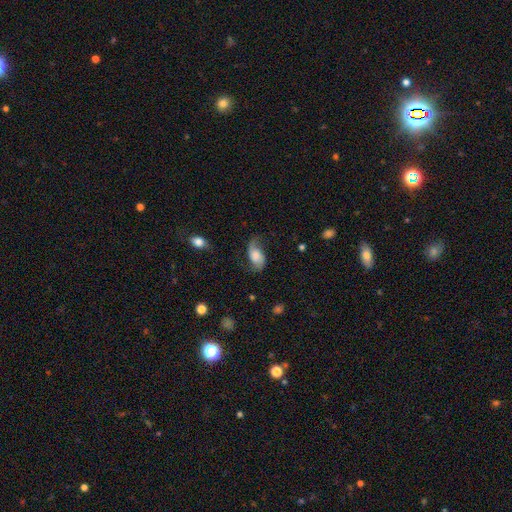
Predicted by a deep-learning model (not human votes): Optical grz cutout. It shows a featured or disk galaxy (51%). Merging: none (56%).